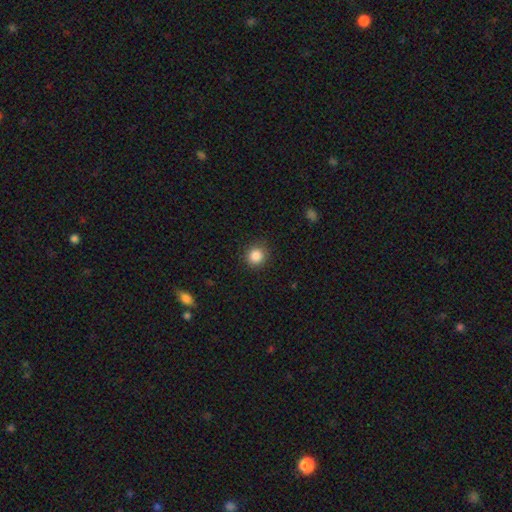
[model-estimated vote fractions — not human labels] The model was most divided on "smooth or featured": smooth: 86%, star or artifact: 10%, featured or disk: 4%. More confident: how rounded — round (91%); merging — none (89%).